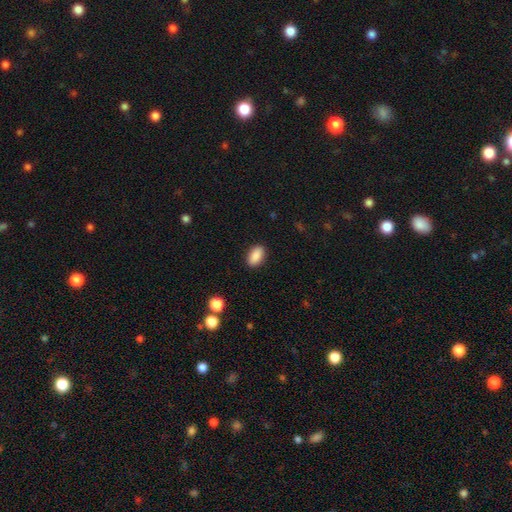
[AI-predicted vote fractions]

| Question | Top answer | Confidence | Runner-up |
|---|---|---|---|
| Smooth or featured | smooth | 89% | star or artifact (7%) |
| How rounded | in between | 92% | round (5%) |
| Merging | none | 89% | minor disturbance (8%) |